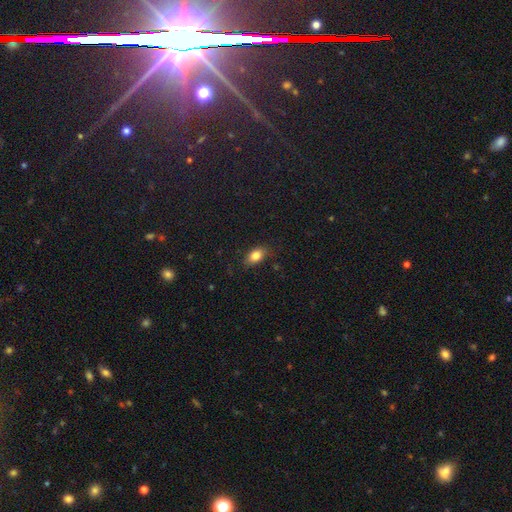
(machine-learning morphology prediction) Overall: smooth (82%). How rounded: in between (84%). Merging: none (81%).